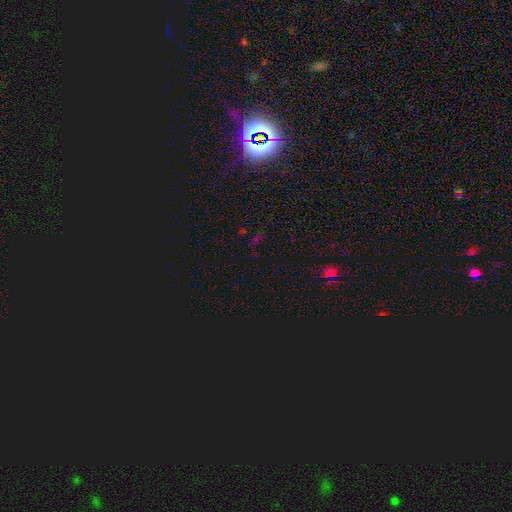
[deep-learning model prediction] star or artifact 63%, smooth 28%, featured or disk 9%.